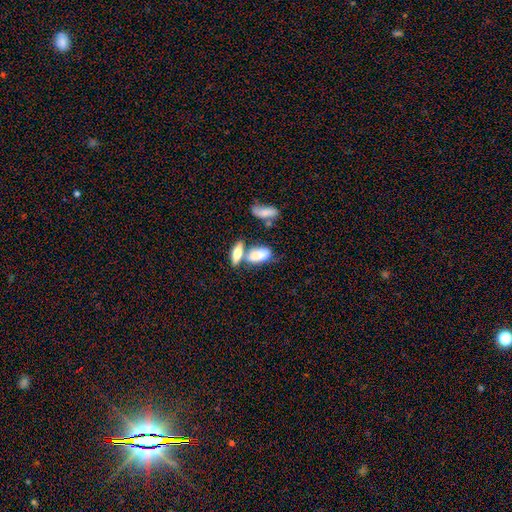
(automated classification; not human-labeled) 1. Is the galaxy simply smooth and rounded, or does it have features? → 75% smooth, 17% featured or disk, 8% star or artifact.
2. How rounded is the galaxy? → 80% in between, 17% cigar-shaped, 4% round.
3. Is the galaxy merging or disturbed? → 45% merger, 35% none, 13% minor disturbance, 7% major disturbance.